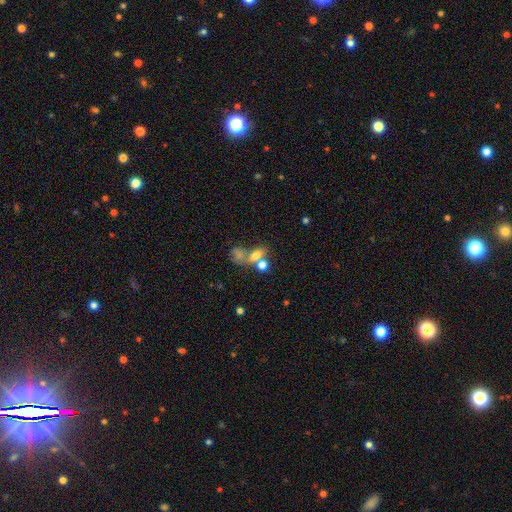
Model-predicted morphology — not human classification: Q: Smooth or featured?
A: smooth (68%); runner-up: featured or disk (17%)
Q: How rounded?
A: in between (65%); runner-up: round (30%)
Q: Merging?
A: merger (49%); runner-up: none (30%)